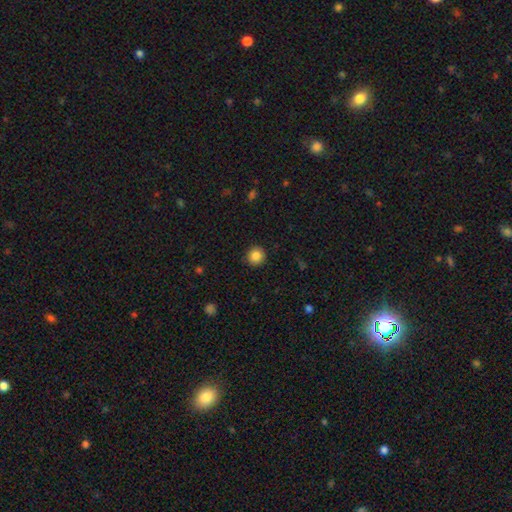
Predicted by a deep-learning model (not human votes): This appears to be a smooth galaxy with no disk features (86%) that is round (93%). Merging: none (92%).